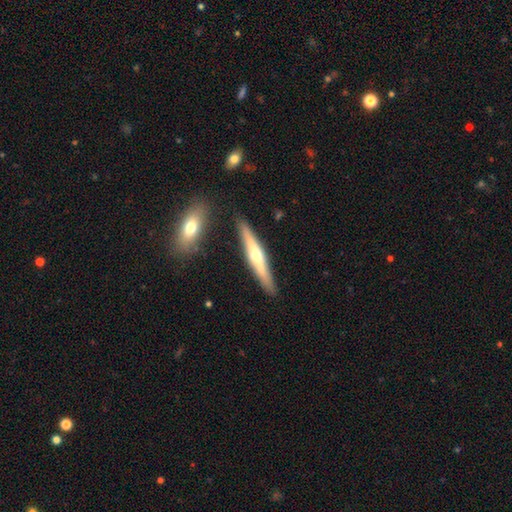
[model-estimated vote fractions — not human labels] Smooth or featured: featured or disk — 64% (smooth — 31%)
Edge-on disk: yes — 96% (no — 4%)
Edge-on bulge: rounded — 89% (none — 7%)
Merging: none — 87% (minor disturbance — 8%)